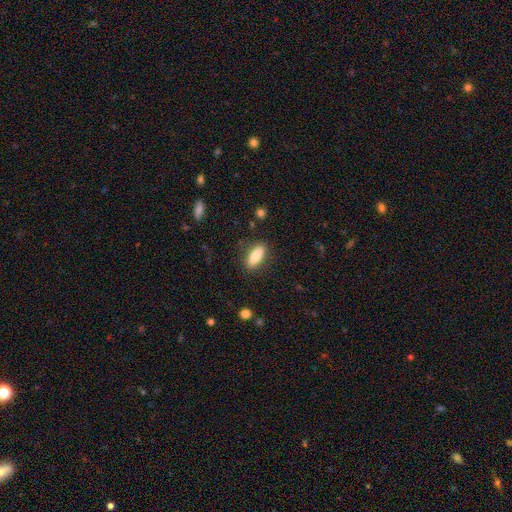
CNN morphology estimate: A smooth galaxy with no disk features (78%) that is in between round and cigar-shaped (67%). Merging: none (86%).